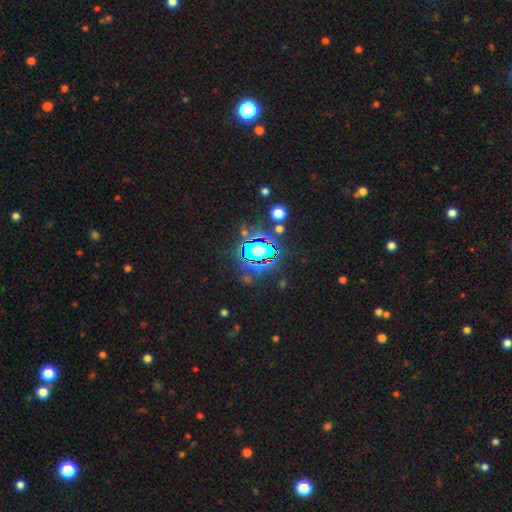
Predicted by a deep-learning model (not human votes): The model was most divided on "smooth or featured": star or artifact: 83%, smooth: 10%, featured or disk: 7%.